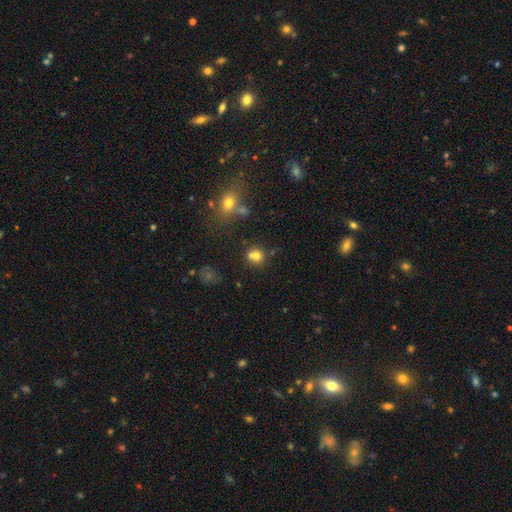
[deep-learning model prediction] smooth_or_featured: smooth (p=0.74) [alt: star or artifact p=0.15]
how_rounded: round (p=0.84) [alt: in between p=0.15]
merging: none (p=0.54) [alt: merger p=0.32]